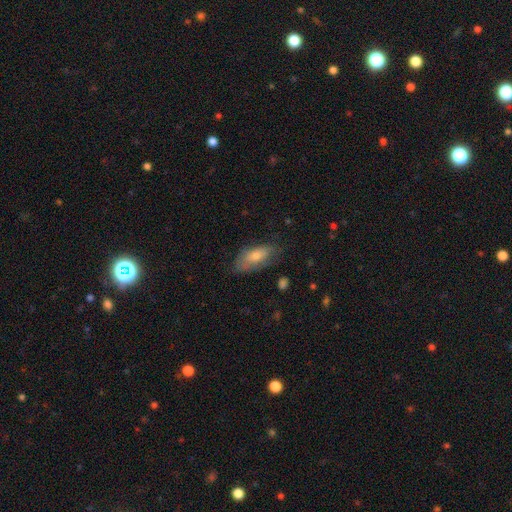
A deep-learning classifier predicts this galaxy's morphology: The model was most divided on "smooth or featured": smooth: 65%, featured or disk: 27%, star or artifact: 8%. More confident: how rounded — in between (83%); merging — none (67%).